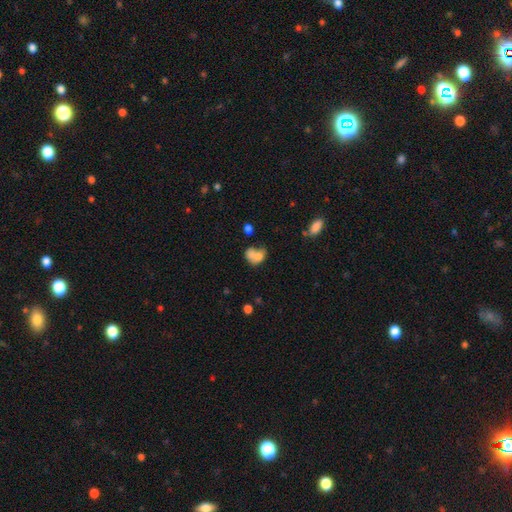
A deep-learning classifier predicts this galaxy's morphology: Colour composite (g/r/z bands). It shows a smooth galaxy with no disk features (70%) that is in between round and cigar-shaped (58%). Merging: merger (58%).